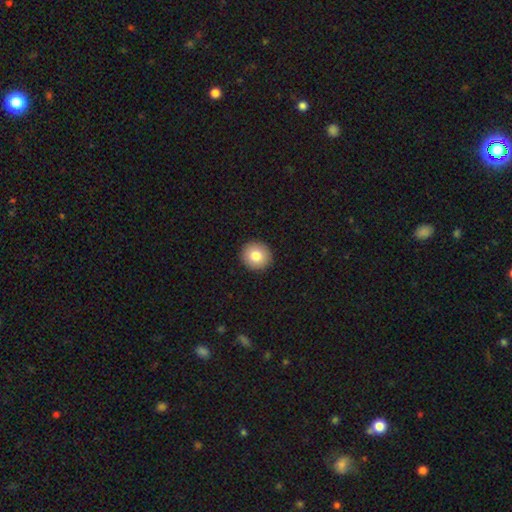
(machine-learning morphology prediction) Overall: smooth (81%). How rounded: round (92%). Merging: none (93%).